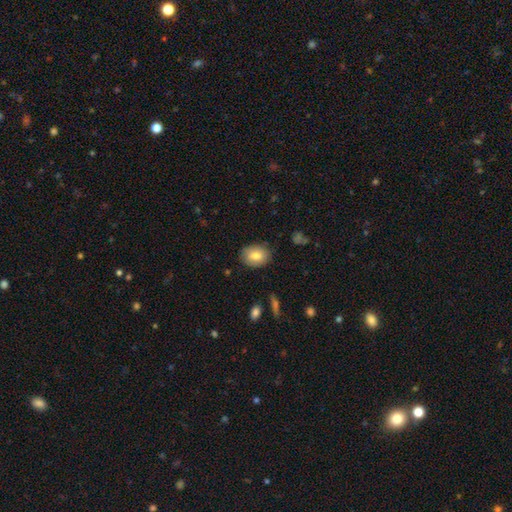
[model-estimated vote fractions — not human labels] smooth-or-featured: smooth: 80% | featured or disk: 12% | star or artifact: 8%
  how-rounded: in between: 64% | round: 35% | cigar-shaped: 1%
  merging: none: 85% | minor disturbance: 12% | major disturbance: 2% | merger: 1%